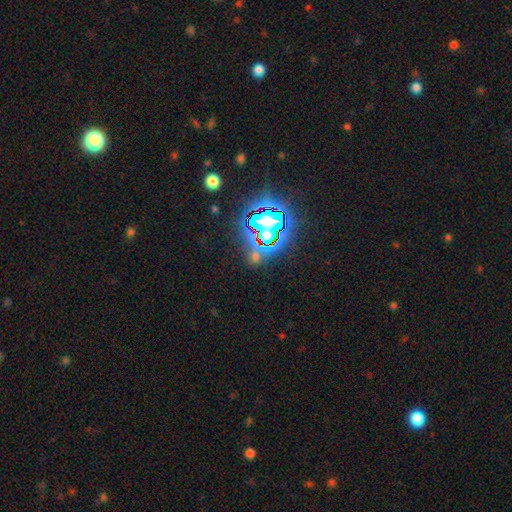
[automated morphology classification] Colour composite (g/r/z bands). It shows a star or artifact, not a galaxy (64%).